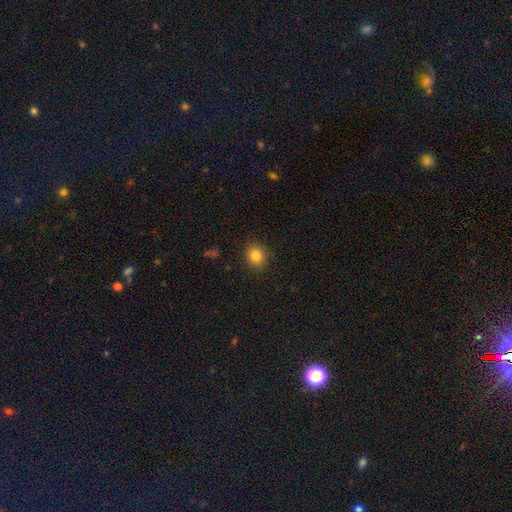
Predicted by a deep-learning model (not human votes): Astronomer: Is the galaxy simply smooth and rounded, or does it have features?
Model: smooth — 84%.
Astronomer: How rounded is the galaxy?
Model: round — 79%.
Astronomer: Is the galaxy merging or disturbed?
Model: none — 89%.